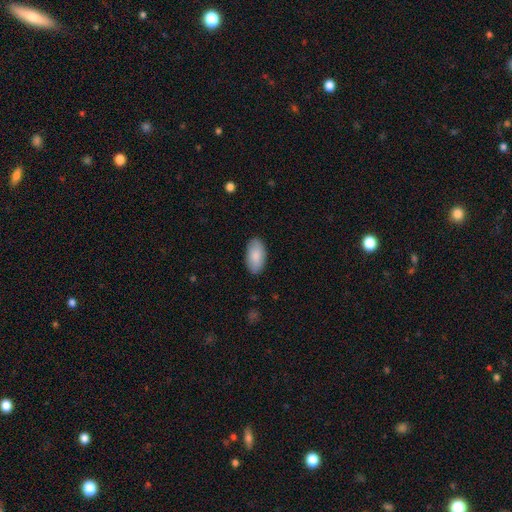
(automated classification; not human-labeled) smooth-or-featured: smooth: 87% | featured or disk: 8% | star or artifact: 6%
  how-rounded: in between: 95% | round: 2% | cigar-shaped: 2%
  merging: none: 88% | minor disturbance: 9% | major disturbance: 2% | merger: 1%